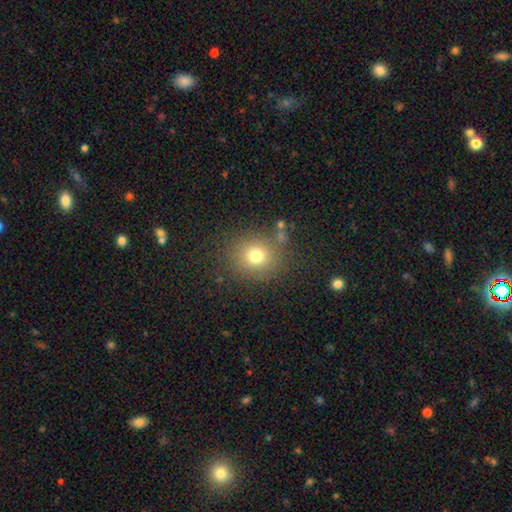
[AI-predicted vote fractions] Overall: smooth (74%). How rounded: round (85%). Merging: none (80%).